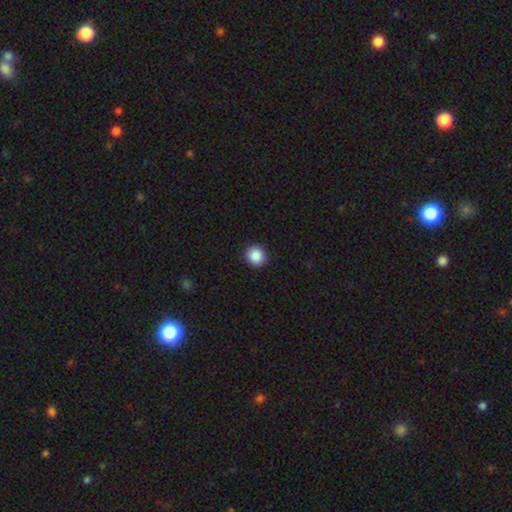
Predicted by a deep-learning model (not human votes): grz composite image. It shows a smooth galaxy with no disk features (88%) that is round (90%). Merging: none (92%).